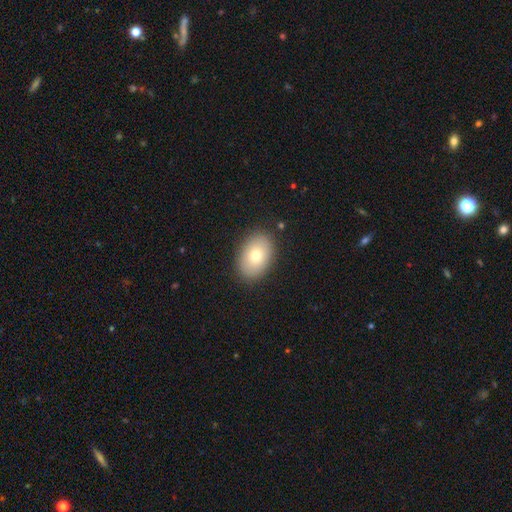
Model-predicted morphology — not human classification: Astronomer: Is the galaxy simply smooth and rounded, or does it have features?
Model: smooth — 76%.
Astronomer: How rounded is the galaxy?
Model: in between — 83%.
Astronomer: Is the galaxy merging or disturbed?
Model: none — 89%.